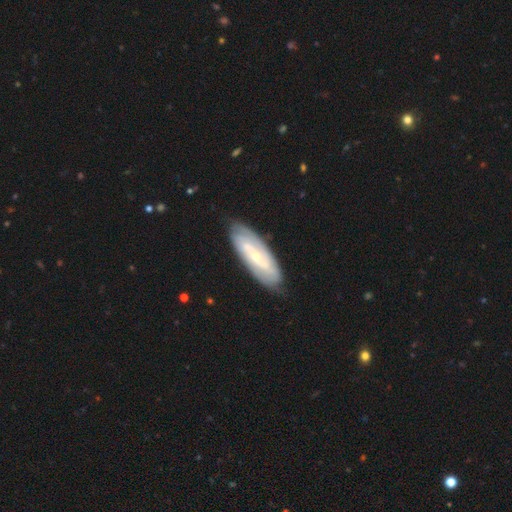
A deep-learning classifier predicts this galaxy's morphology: Overall: featured or disk (71%). Edge-on disk: no (85%). Bar: no (40%; weak 39%). Spiral arms: yes (86%). Spiral arm count: 2 (47%; can't tell 38%). Spiral winding: tight (55%; medium 31%). Bulge size: small (74%). Merging: none (83%).